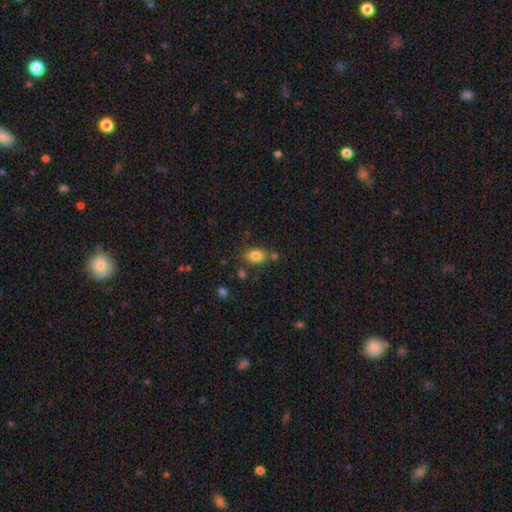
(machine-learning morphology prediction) Overall: smooth (83%). How rounded: in between (80%). Merging: none (71%).